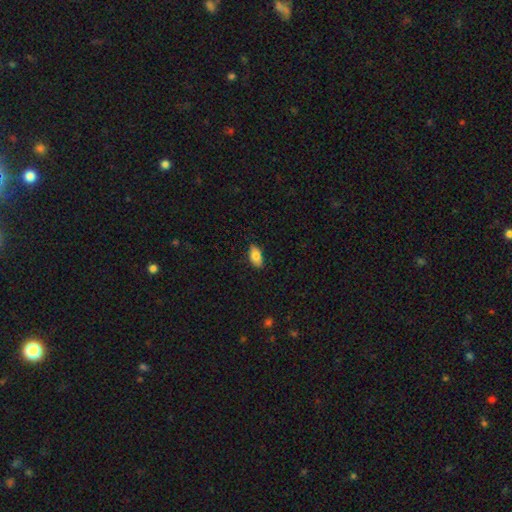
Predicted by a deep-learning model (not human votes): A smooth galaxy with no disk features (82%) that is in between round and cigar-shaped (91%).

Vote fractions:
- Smooth or featured? smooth: 82% / featured or disk: 11% / star or artifact: 7%
- How rounded? in between: 91% / cigar-shaped: 6% / round: 4%
- Merging? none: 85% / minor disturbance: 12% / major disturbance: 2% / merger: 1%